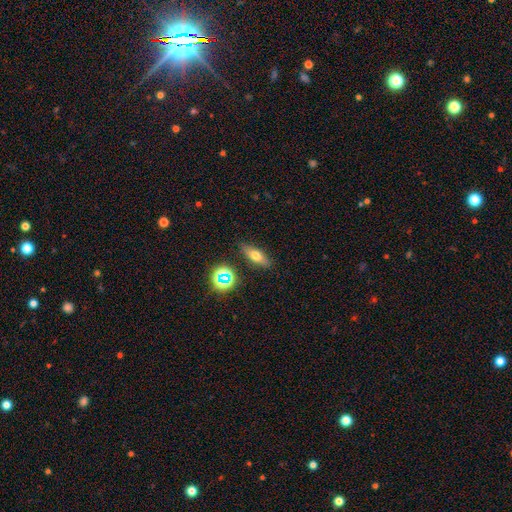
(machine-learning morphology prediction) Overall: smooth (61%; featured or disk 27%). How rounded: in between (61%; cigar-shaped 31%). Merging: none (84%).